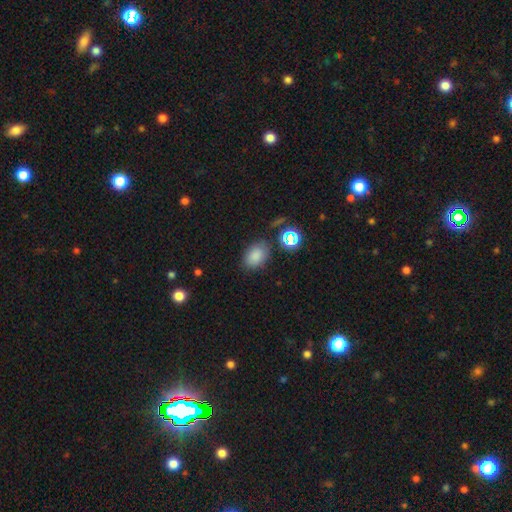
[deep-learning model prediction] smooth_or_featured: smooth (p=0.81) [alt: star or artifact p=0.13]
how_rounded: in between (p=0.80) [alt: round p=0.19]
merging: none (p=0.78) [alt: minor disturbance p=0.13]